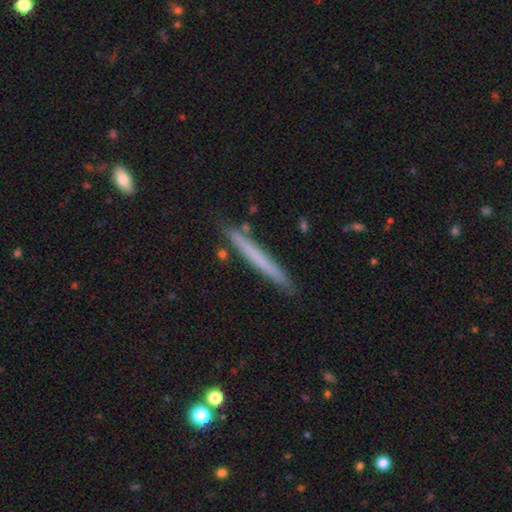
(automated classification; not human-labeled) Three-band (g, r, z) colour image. It shows a smooth galaxy with no disk features (58%) that is cigar-shaped (97%). Merging: none (87%).